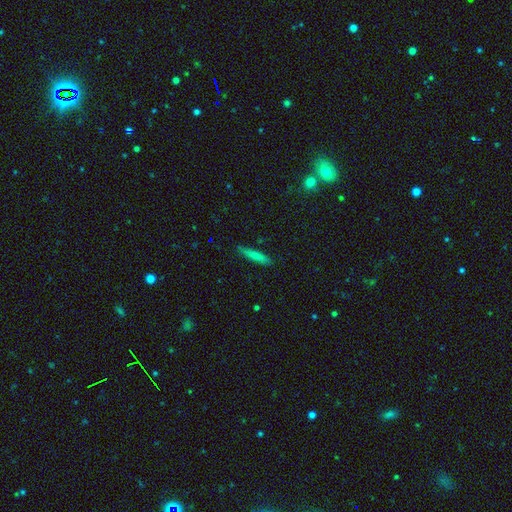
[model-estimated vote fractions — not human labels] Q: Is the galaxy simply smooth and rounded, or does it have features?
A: smooth — 73%.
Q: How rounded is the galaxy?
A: cigar-shaped — 90%.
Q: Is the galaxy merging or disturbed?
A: none — 85%.